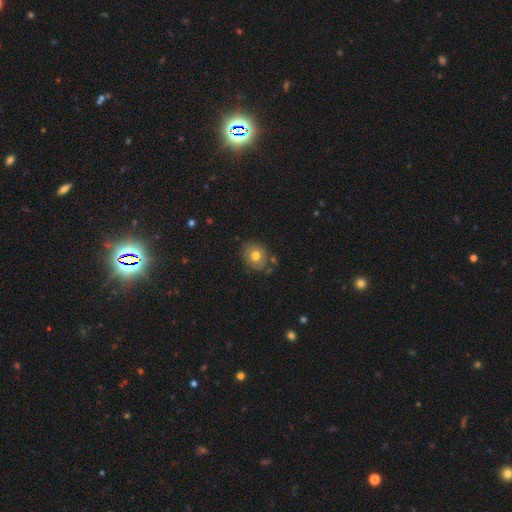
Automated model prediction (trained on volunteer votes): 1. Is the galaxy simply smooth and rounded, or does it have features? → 72% smooth, 18% featured or disk, 10% star or artifact.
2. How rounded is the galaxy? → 66% round, 33% in between, 1% cigar-shaped.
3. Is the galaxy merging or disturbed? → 77% none, 15% minor disturbance, 4% merger, 4% major disturbance.